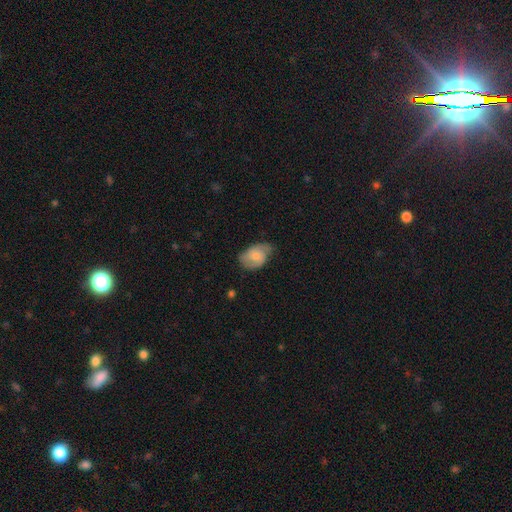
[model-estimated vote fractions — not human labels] A smooth galaxy with no disk features (58%) that is in between round and cigar-shaped (82%). Merging: none (49%).